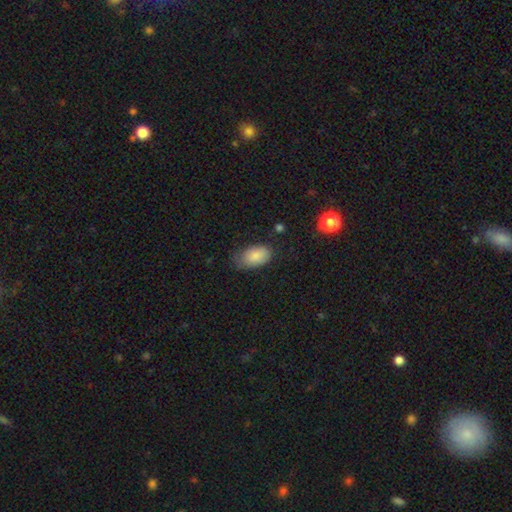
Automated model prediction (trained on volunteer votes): smooth 84%, featured or disk 8%, star or artifact 8%. Down the decision tree: how rounded — in between (92%); merging — none (61%).